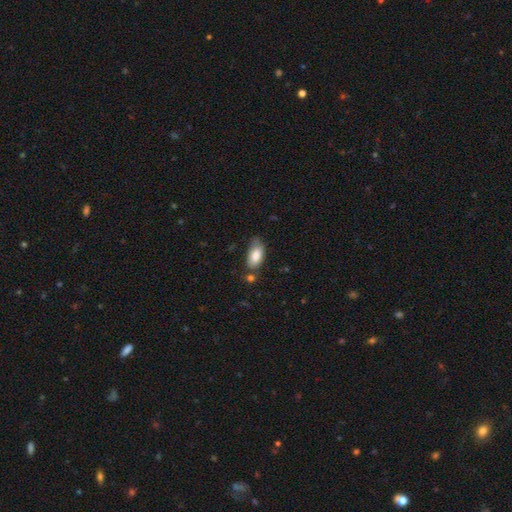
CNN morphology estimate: A smooth galaxy with no disk features (82%) that is in between round and cigar-shaped (91%).

Vote fractions:
- Smooth or featured? smooth: 82% / featured or disk: 11% / star or artifact: 7%
- How rounded? in between: 91% / cigar-shaped: 7% / round: 3%
- Merging? none: 56% / minor disturbance: 30% / major disturbance: 8% / merger: 7%